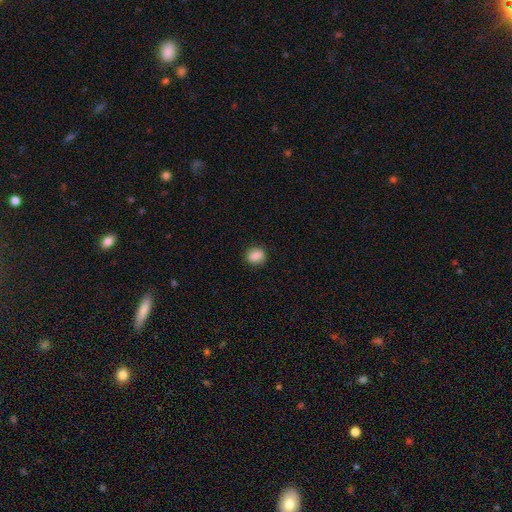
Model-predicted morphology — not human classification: A smooth galaxy with no disk features (85%) that is round (54%). Merging: none (85%).